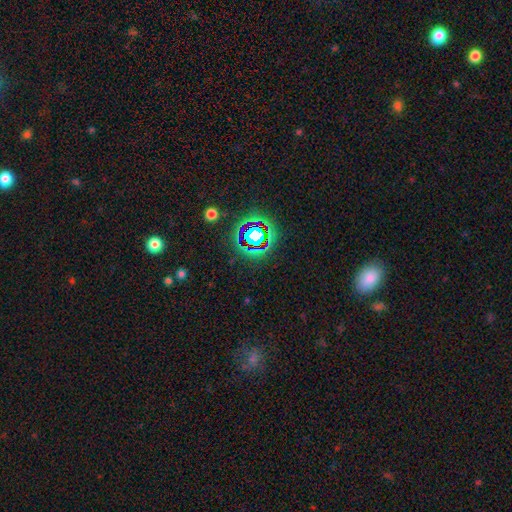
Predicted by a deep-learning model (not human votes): star or artifact 65%, smooth 24%, featured or disk 11%.